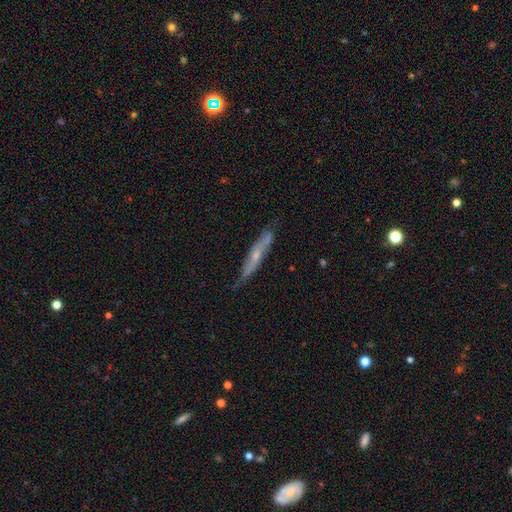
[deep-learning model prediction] smooth-or-featured: featured or disk: 60% | smooth: 33% | star or artifact: 6%
  disk-edge-on: yes: 70% | no: 30%
  merging: none: 66% | minor disturbance: 26% | major disturbance: 5% | merger: 3%